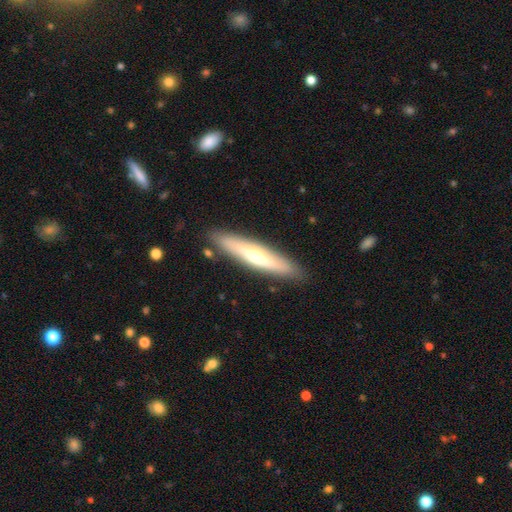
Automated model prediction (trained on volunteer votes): smooth_or_featured: featured or disk (p=0.49) [alt: smooth p=0.46]
merging: none (p=0.87) [alt: minor disturbance p=0.09]